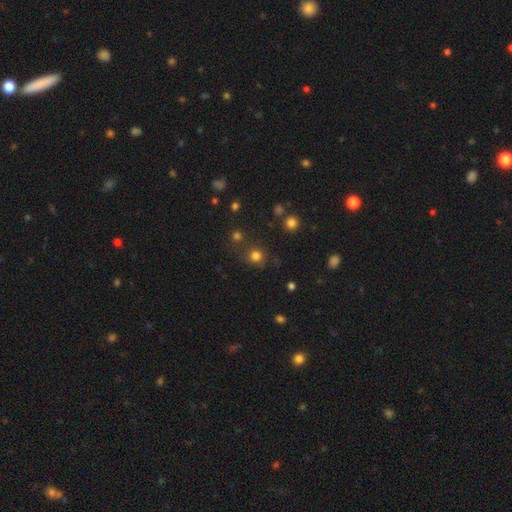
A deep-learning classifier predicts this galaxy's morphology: The model was most divided on "smooth or featured": smooth: 76%, star or artifact: 19%, featured or disk: 6%. More confident: how rounded — round (89%); merging — none (76%).